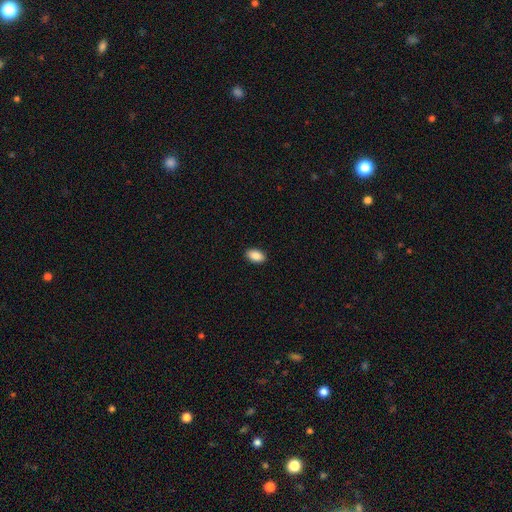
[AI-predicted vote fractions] Overall: smooth (89%). How rounded: in between (94%). Merging: none (90%).